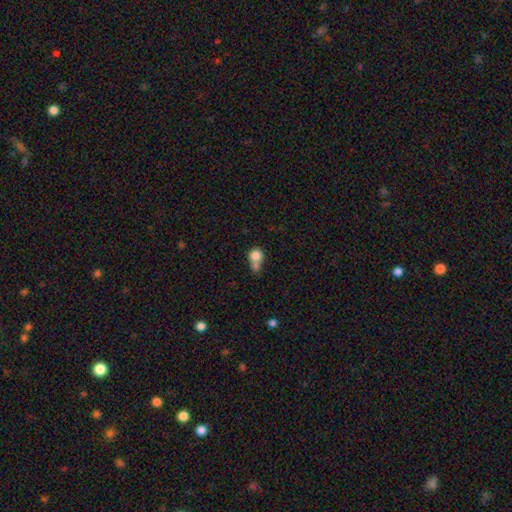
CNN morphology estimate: smooth-or-featured: smooth: 78% | featured or disk: 12% | star or artifact: 10%
  how-rounded: round: 81% | in between: 18% | cigar-shaped: 1%
  merging: merger: 51% | none: 32% | minor disturbance: 11% | major disturbance: 6%